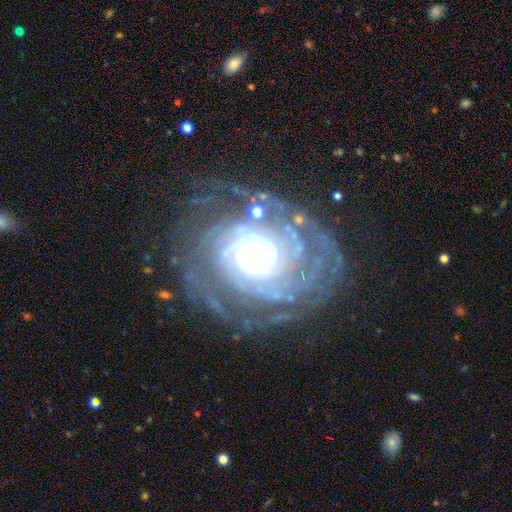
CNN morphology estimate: This appears to be a featured or disk galaxy (90%) with no bar (70%), tight (76%) spiral arms (98%) and a large central bulge (48%). Merging: none (69%).